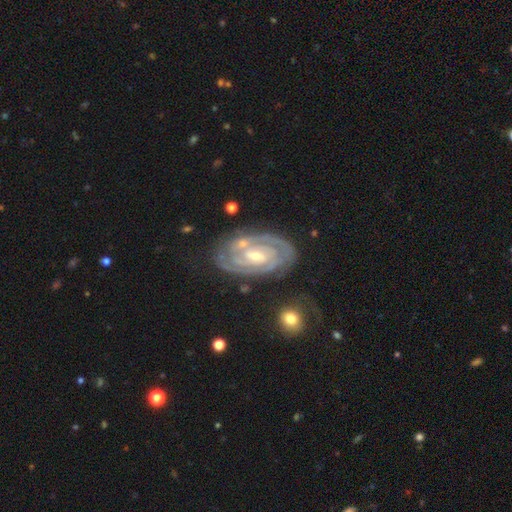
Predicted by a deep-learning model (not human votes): smooth-or-featured: featured or disk: 89% | smooth: 6% | star or artifact: 5%
  disk-edge-on: no: 96% | yes: 4%
    bar: no: 42% | weak: 38% | strong: 19%
    has-spiral-arms: yes: 97% | no: 3%
      spiral-winding: tight: 80% | medium: 17% | loose: 3%
      spiral-arm-count: 2: 54% | can't tell: 18% | 3: 15% | 4: 6% | 1: 4% | more than 4: 4%
    bulge-size: small: 57% | moderate: 39% | large: 2% | none: 1% | dominant: 1%
  merging: none: 75% | minor disturbance: 16% | major disturbance: 5% | merger: 4%